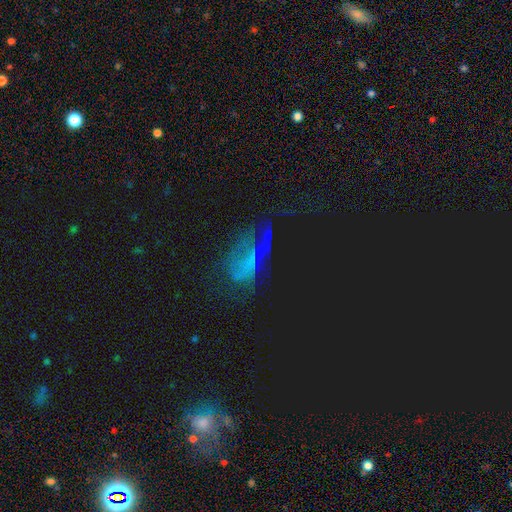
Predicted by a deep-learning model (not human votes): Smooth or featured? Predicted: star or artifact (p=0.45).